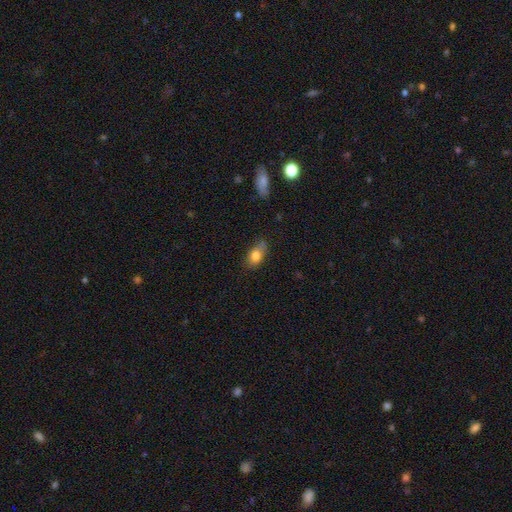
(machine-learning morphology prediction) type=smooth (78%); roundness=in between (84%); merging=none (61%).